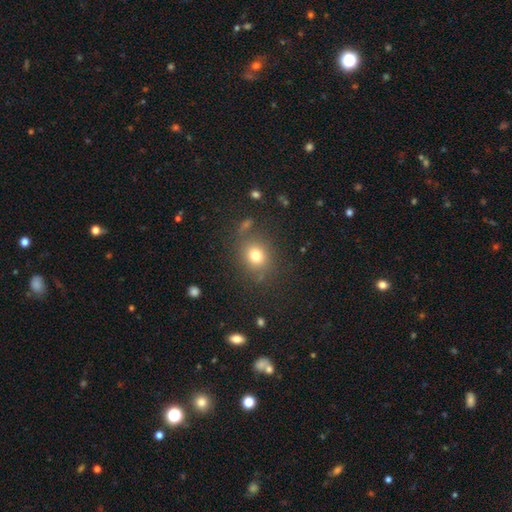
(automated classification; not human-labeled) Morphology: type=smooth (77%); roundness=round (71%); merging=none (78%).